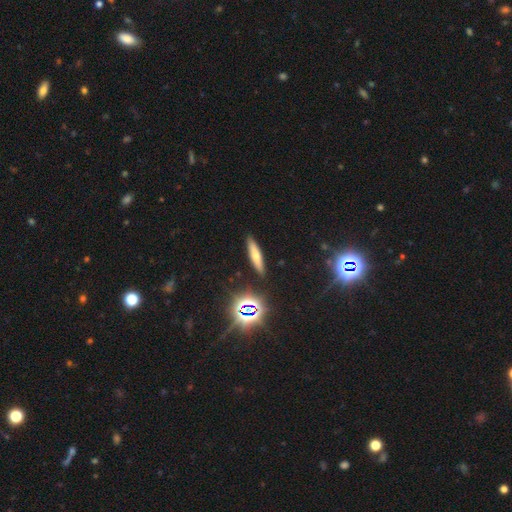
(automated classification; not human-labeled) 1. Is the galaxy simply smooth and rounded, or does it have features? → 55% smooth, 30% featured or disk, 16% star or artifact.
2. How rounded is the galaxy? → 81% cigar-shaped, 15% in between, 3% round.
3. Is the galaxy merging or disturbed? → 89% none, 7% minor disturbance, 2% major disturbance, 2% merger.